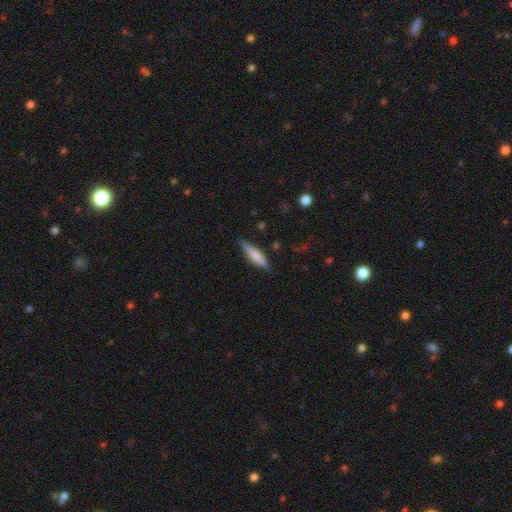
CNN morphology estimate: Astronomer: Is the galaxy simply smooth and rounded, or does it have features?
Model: smooth — 66%.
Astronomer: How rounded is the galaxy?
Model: cigar-shaped — 79%.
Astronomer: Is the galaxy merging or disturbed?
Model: none — 83%.